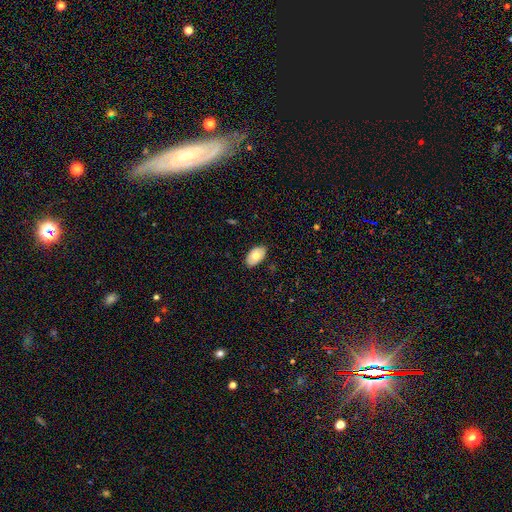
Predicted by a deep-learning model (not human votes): This is likely a smooth galaxy (67%). How rounded: clearly in between (93%). Merging: clearly none (87%).